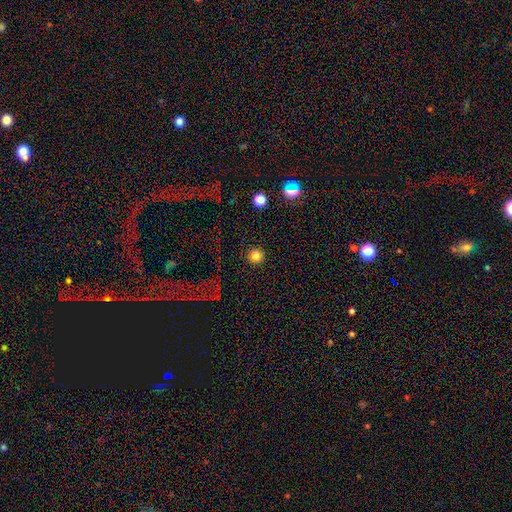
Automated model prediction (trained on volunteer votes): The model was most divided on "smooth or featured": smooth: 81%, star or artifact: 14%, featured or disk: 5%. More confident: how rounded — round (95%); merging — none (91%).